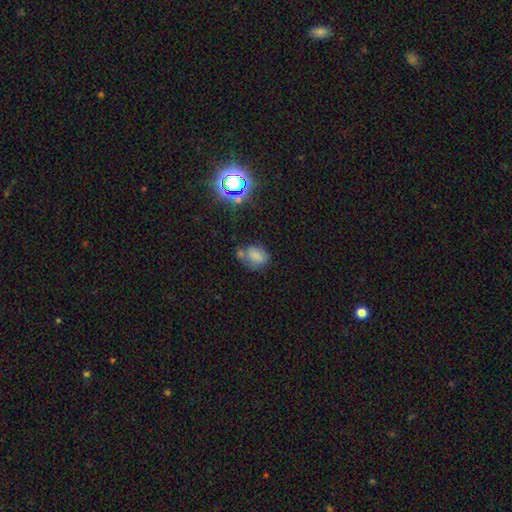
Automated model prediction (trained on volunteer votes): Overall: smooth (69%). How rounded: in between (67%; round 31%). Merging: none (47%; minor disturbance 25%).